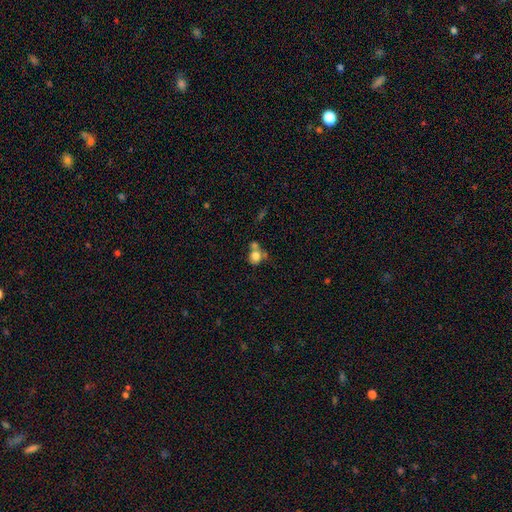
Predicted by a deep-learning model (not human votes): Smooth or featured: smooth — 77% (featured or disk — 13%)
How rounded: round — 72% (in between — 27%)
Merging: merger — 42% (none — 38%)